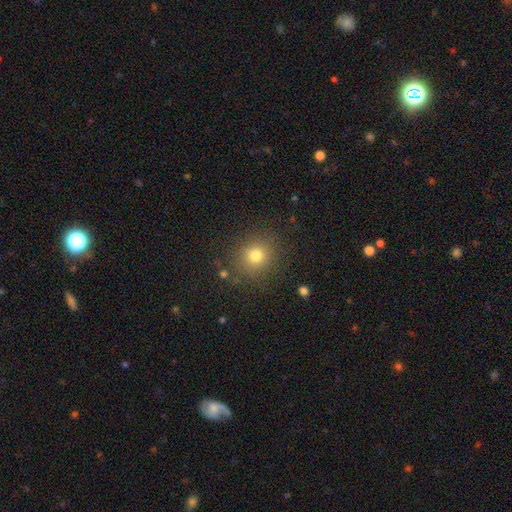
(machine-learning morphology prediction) smooth_or_featured: smooth (p=0.77) [alt: star or artifact p=0.15]
how_rounded: round (p=0.88) [alt: in between p=0.11]
merging: none (p=0.86) [alt: minor disturbance p=0.08]